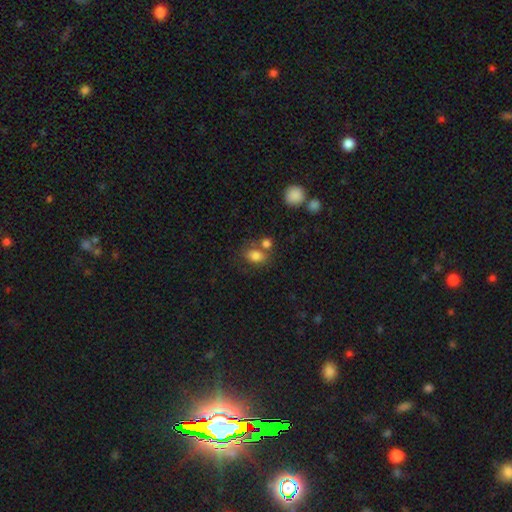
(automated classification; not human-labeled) smooth_or_featured: smooth (p=0.79) [alt: star or artifact p=0.11]
how_rounded: in between (p=0.72) [alt: round p=0.27]
merging: none (p=0.49) [alt: merger p=0.29]